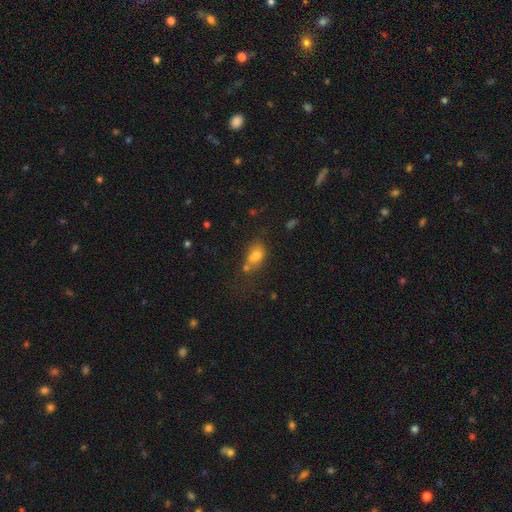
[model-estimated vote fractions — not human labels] Morphology: type=smooth (69%); roundness=in between (67%); merging=none (38%).